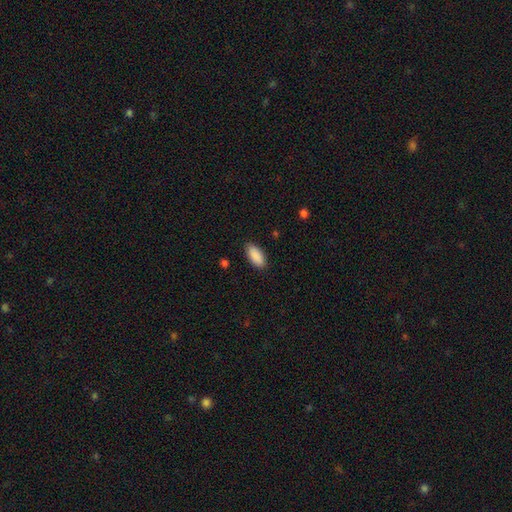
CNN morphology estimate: A smooth galaxy with no disk features (91%) that is in between round and cigar-shaped (90%).

Vote fractions:
- Smooth or featured? smooth: 91% / star or artifact: 6% / featured or disk: 3%
- How rounded? in between: 90% / cigar-shaped: 8% / round: 2%
- Merging? none: 88% / minor disturbance: 9% / major disturbance: 2% / merger: 1%